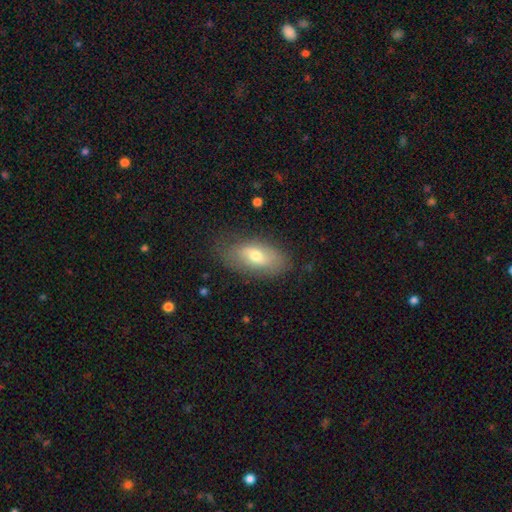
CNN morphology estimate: smooth 62%, featured or disk 31%, star or artifact 7%. Down the decision tree: how rounded — in between (90%); merging — none (74%).